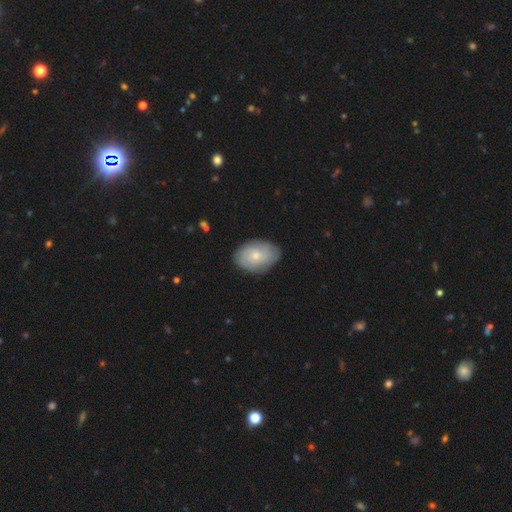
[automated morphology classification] The model was most divided on "smooth or featured": smooth: 67%, featured or disk: 27%, star or artifact: 6%. More confident: how rounded — in between (85%); merging — none (81%).